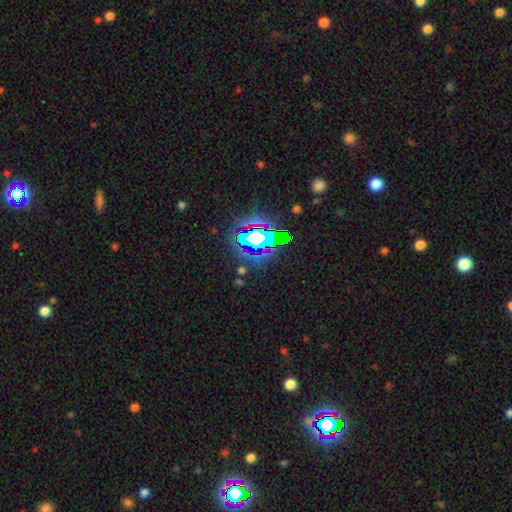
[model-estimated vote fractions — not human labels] Smooth or featured? Predicted: star or artifact (p=0.76).